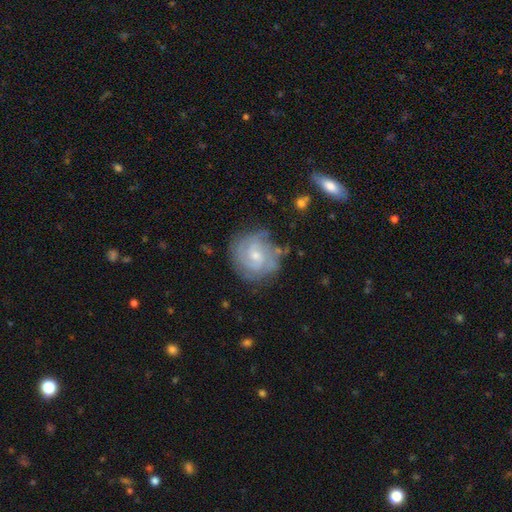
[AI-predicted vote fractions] Overall: featured or disk (78%). Edge-on disk: no (98%). Bar: no (58%; weak 37%). Spiral arms: yes (93%). Spiral arm count: 2 (32%; can't tell 30%). Spiral winding: tight (62%; medium 31%). Bulge size: small (56%; moderate 39%). Merging: none (74%).